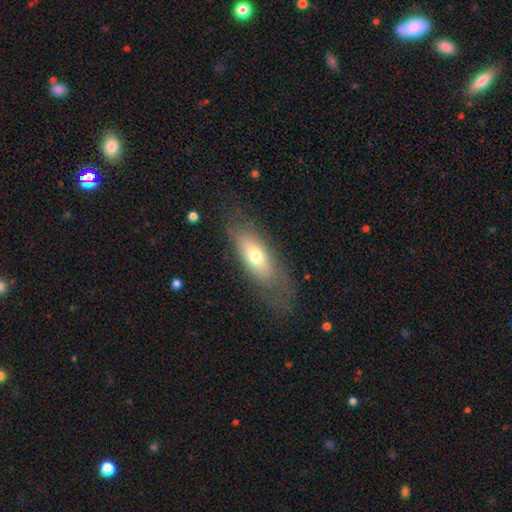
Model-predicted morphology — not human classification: This is likely a smooth galaxy (64%). How rounded: likely in between (72%). Merging: likely none (67%).